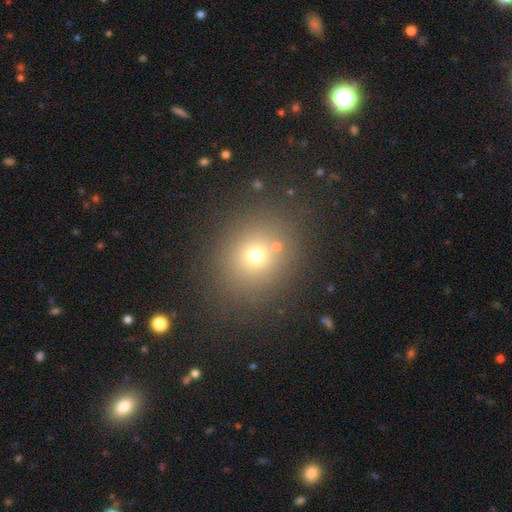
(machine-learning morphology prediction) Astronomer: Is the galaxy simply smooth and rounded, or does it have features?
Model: smooth — 66%.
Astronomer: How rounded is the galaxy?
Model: round — 74%.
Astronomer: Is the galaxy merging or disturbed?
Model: none — 81%.